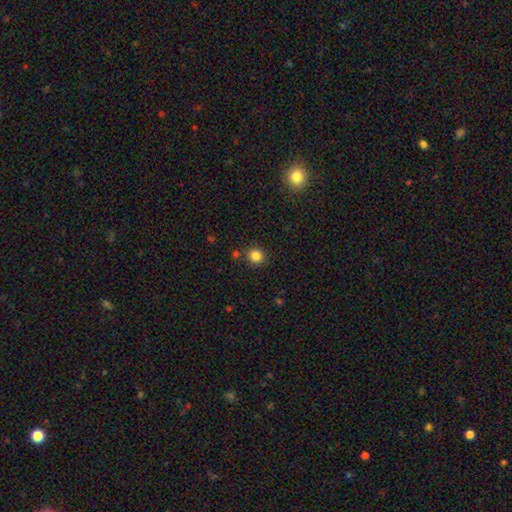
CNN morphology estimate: type=smooth (84%); roundness=round (87%); merging=none (86%).